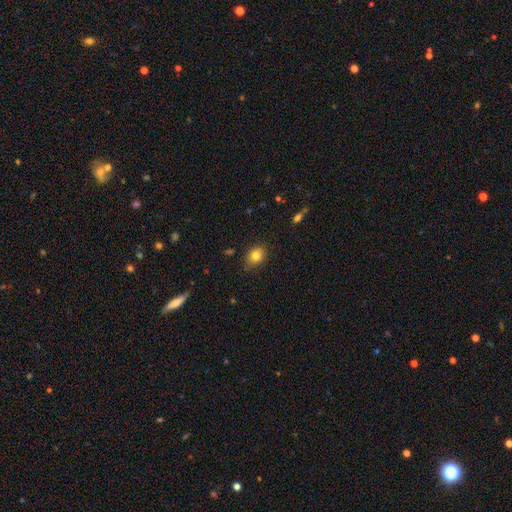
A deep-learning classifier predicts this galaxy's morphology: A smooth galaxy with no disk features (82%) that is in between round and cigar-shaped (50%). Merging: none (79%).